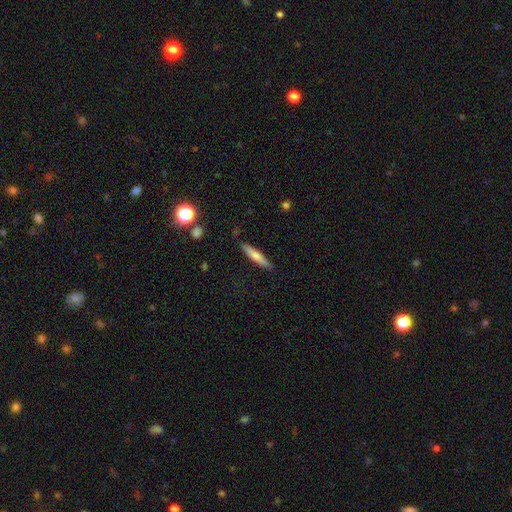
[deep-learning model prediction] Smooth or featured? Predicted: smooth (p=0.61). How rounded? Predicted: cigar-shaped (p=0.89). Merging? Predicted: none (p=0.87).